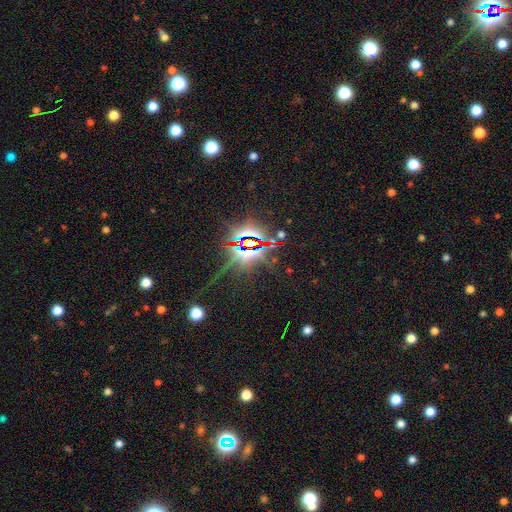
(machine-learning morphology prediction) Overall: star or artifact (83%).